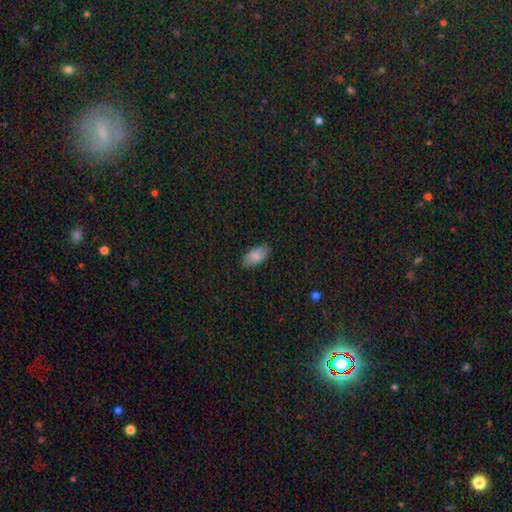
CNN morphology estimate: This is likely a smooth galaxy (77%). How rounded: clearly in between (94%). Merging: likely none (79%).